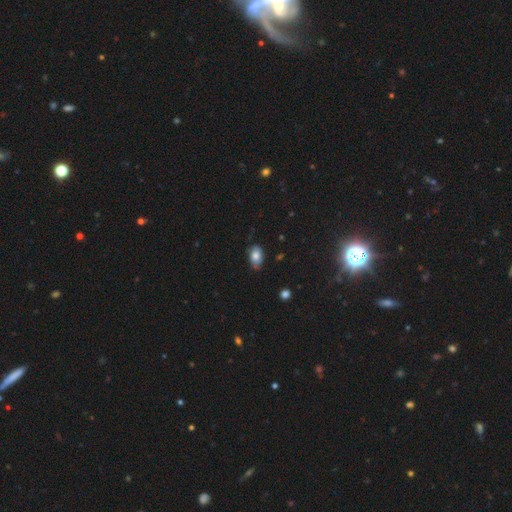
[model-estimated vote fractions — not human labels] smooth_or_featured: smooth (p=0.77) [alt: featured or disk p=0.14]
how_rounded: in between (p=0.90) [alt: round p=0.08]
merging: none (p=0.69) [alt: minor disturbance p=0.25]